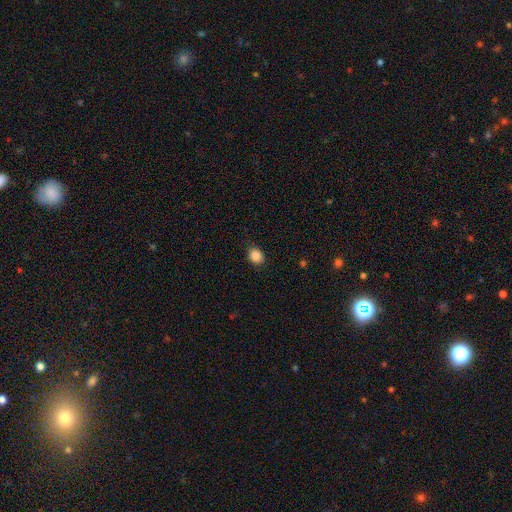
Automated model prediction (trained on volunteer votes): Morphology: type=smooth (87%); roundness=round (50%); merging=none (86%).